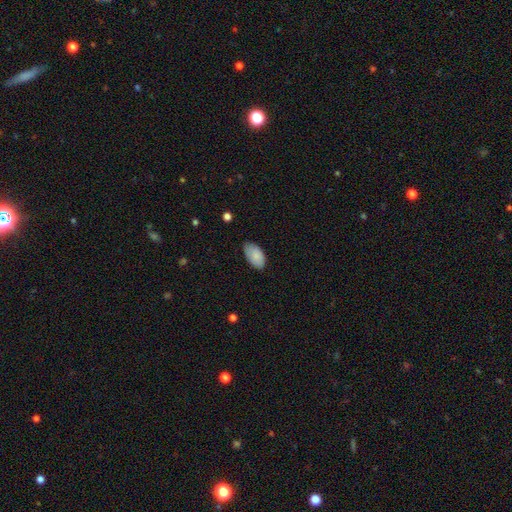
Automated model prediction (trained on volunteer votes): Q: Smooth or featured?
A: smooth (86%); runner-up: featured or disk (7%)
Q: How rounded?
A: in between (95%); runner-up: round (3%)
Q: Merging?
A: none (70%); runner-up: minor disturbance (25%)